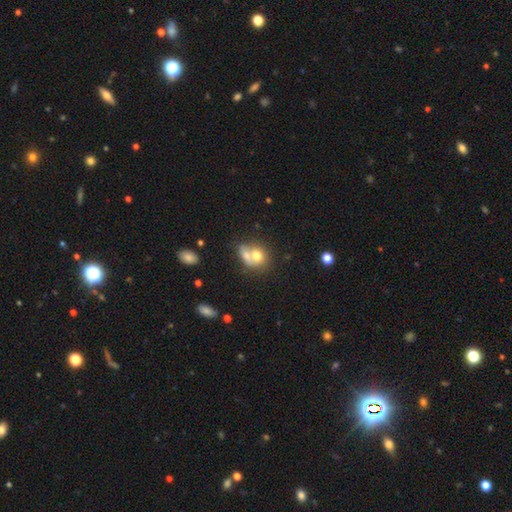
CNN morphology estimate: Smooth or featured? smooth (70%)
How rounded? round (58%)
Merging? merger (62%)